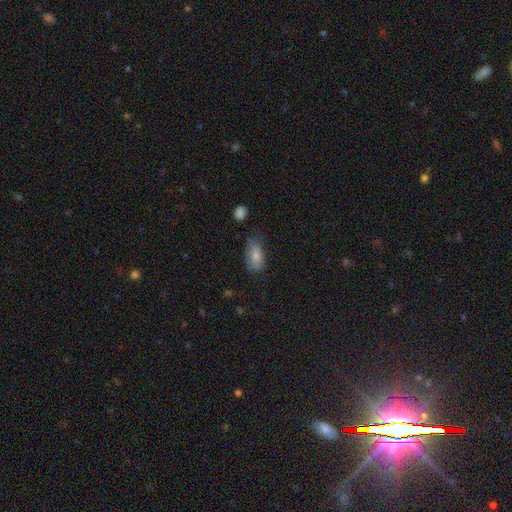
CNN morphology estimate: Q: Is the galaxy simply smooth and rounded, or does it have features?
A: smooth — 79%.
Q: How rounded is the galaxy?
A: in between — 89%.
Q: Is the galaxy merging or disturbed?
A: none — 65%.